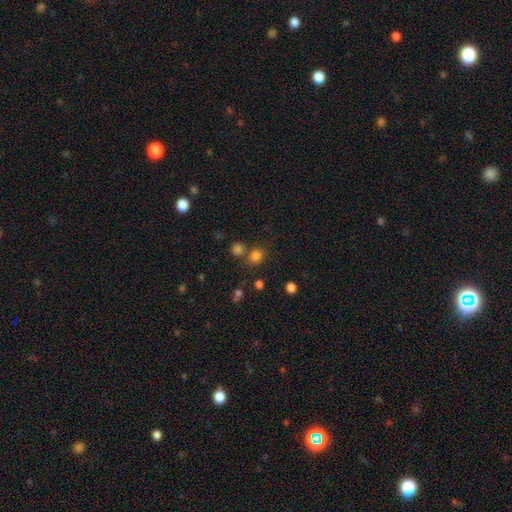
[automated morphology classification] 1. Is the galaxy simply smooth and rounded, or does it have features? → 78% smooth, 16% star or artifact, 5% featured or disk.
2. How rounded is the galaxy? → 78% round, 21% in between, 1% cigar-shaped.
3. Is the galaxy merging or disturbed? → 67% none, 20% merger, 9% minor disturbance, 4% major disturbance.